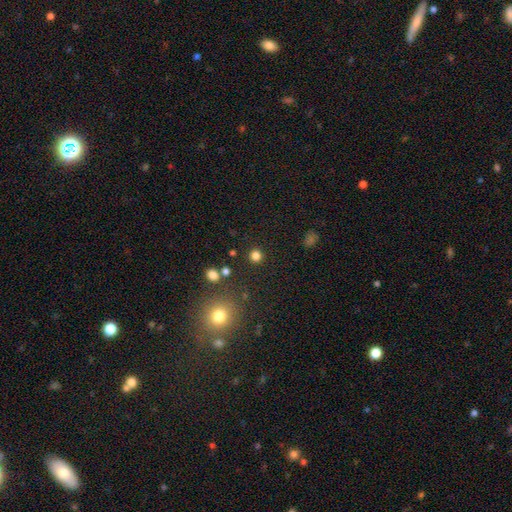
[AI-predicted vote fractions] Morphology: type=smooth (79%); roundness=round (93%); merging=none (89%).